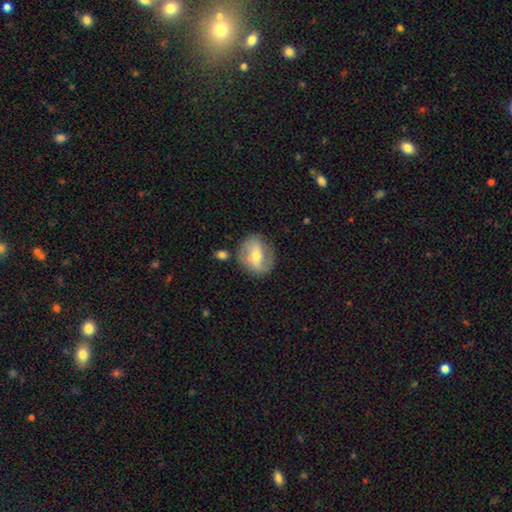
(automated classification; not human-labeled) This appears to be a featured or disk galaxy (56%) with a weak bar (39%), spiral arms (68%) and a moderate central bulge (61%). Merging: none (73%).